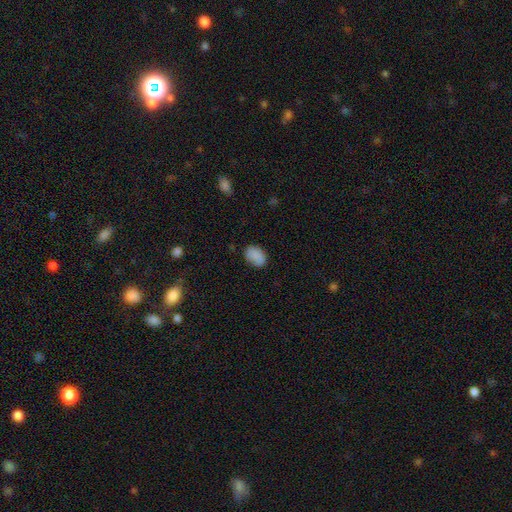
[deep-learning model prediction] Smooth or featured: smooth — 88% (star or artifact — 8%)
How rounded: in between — 83% (round — 16%)
Merging: none — 79% (minor disturbance — 16%)